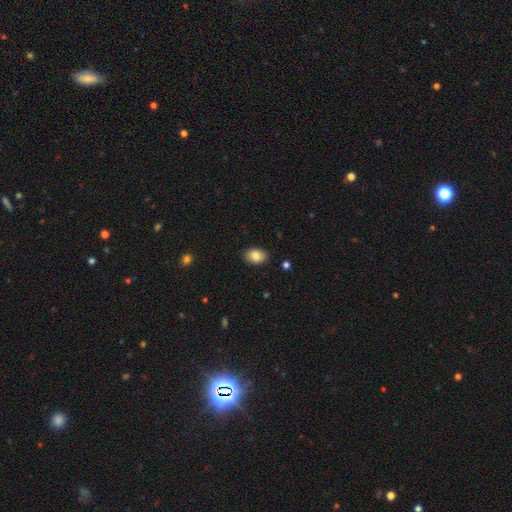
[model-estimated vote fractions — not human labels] Morphology: type=smooth (84%); roundness=in between (79%); merging=none (89%).